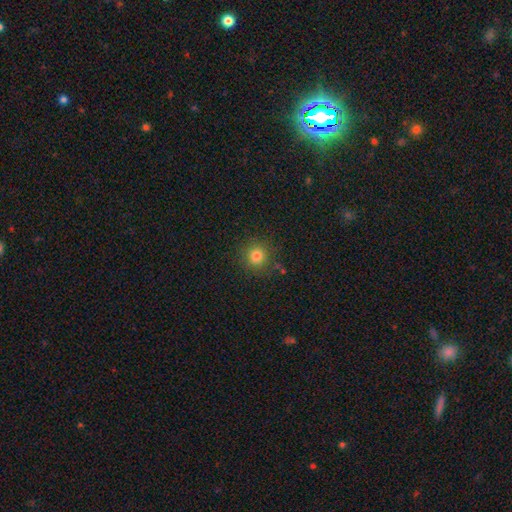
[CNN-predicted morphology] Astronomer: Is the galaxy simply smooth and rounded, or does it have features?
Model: smooth — 80%.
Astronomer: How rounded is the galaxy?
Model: round — 93%.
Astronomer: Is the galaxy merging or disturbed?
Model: none — 87%.